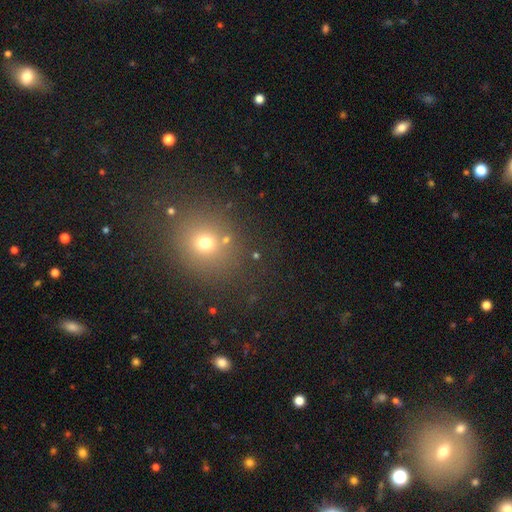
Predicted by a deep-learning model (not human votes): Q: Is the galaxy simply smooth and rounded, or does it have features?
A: smooth — 58%.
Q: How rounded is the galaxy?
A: round — 77%.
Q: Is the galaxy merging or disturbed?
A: none — 80%.